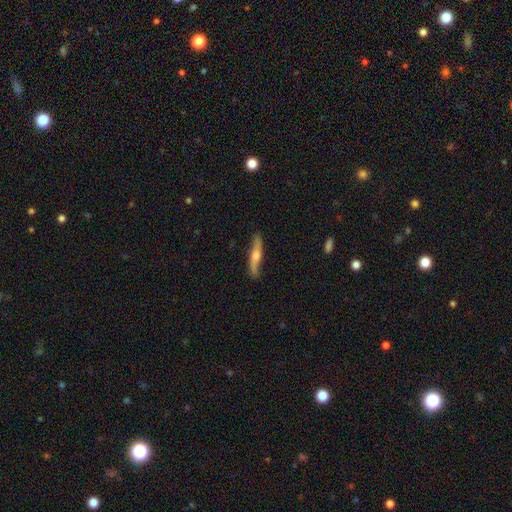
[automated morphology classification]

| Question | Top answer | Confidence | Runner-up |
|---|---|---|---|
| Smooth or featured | featured or disk | 54% | smooth (41%) |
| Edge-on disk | yes | 81% | no (19%) |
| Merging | none | 81% | minor disturbance (15%) |